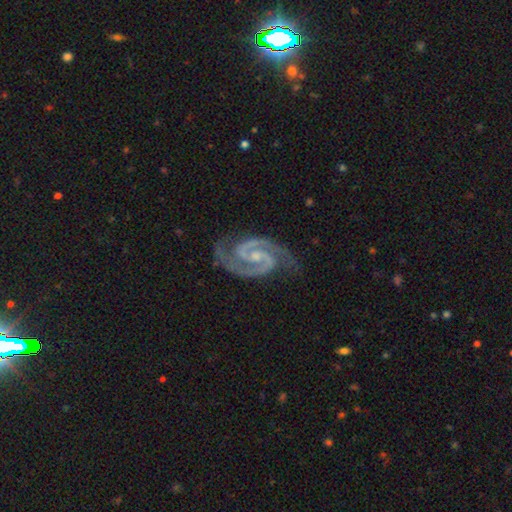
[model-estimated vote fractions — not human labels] Q: Smooth or featured?
A: featured or disk (94%); runner-up: star or artifact (4%)
Q: Edge-on disk?
A: no (98%); runner-up: yes (2%)
Q: Bar?
A: weak (45%); runner-up: no (34%)
Q: Spiral arms?
A: yes (99%); runner-up: no (1%)
Q: Spiral winding?
A: medium (55%); runner-up: tight (38%)
Q: Spiral arm count?
A: 2 (94%); runner-up: 3 (2%)
Q: Bulge size?
A: small (65%); runner-up: moderate (26%)
Q: Merging?
A: none (80%); runner-up: minor disturbance (15%)